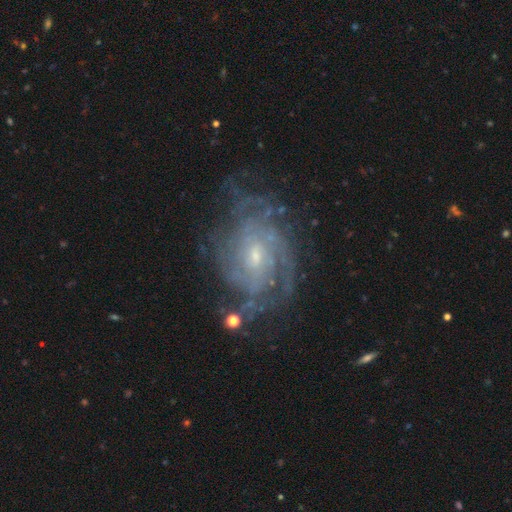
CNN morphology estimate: featured or disk 86%, star or artifact 7%, smooth 7%. Down the decision tree: edge-on disk — no (97%); bar — no (51%); spiral arms — yes (94%); spiral arm count — can't tell (42%); spiral winding — tight (64%); bulge size — small (65%); merging — none (65%).